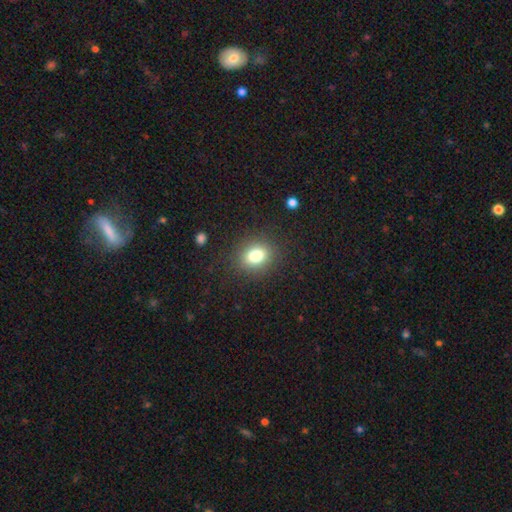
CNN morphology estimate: smooth 80%, star or artifact 11%, featured or disk 8%. Down the decision tree: how rounded — round (52%); merging — none (86%).